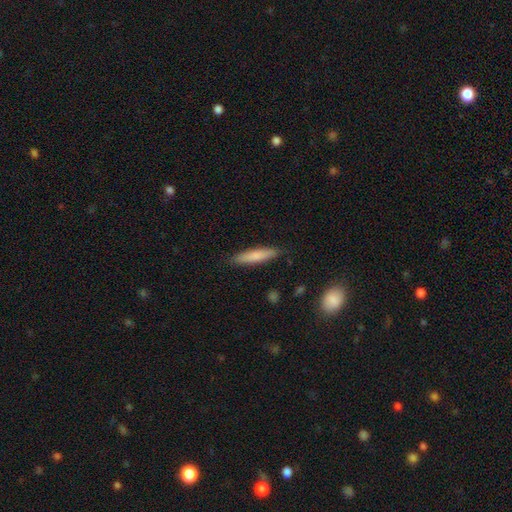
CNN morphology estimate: Overall: smooth (75%). How rounded: cigar-shaped (87%). Merging: none (88%).